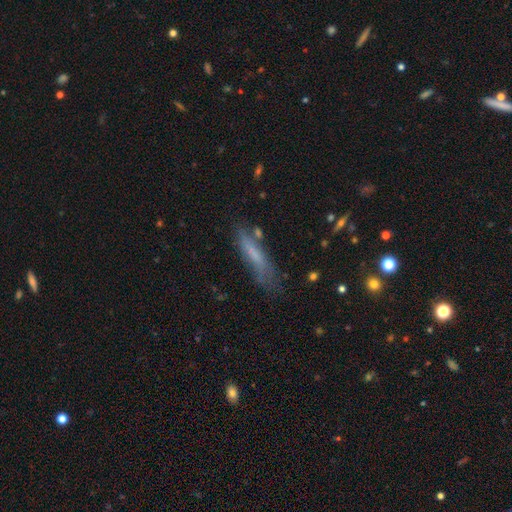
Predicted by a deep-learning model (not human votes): smooth_or_featured: smooth (p=0.60) [alt: featured or disk p=0.29]
how_rounded: cigar-shaped (p=0.80) [alt: in between p=0.18]
merging: none (p=0.64) [alt: minor disturbance p=0.23]